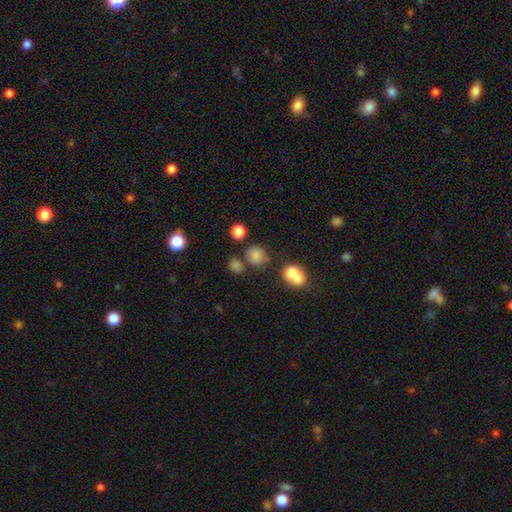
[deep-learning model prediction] This is likely a smooth galaxy (80%). How rounded: likely round (76%). Merging: likely none (65%).